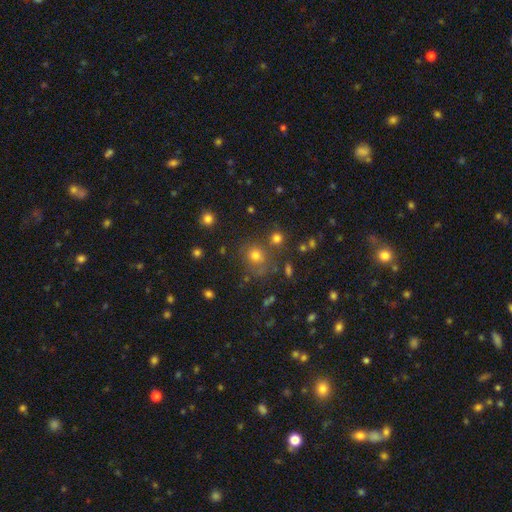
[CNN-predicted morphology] This appears to be a smooth galaxy with no disk features (70%) that is round (82%). Merging: none (69%).